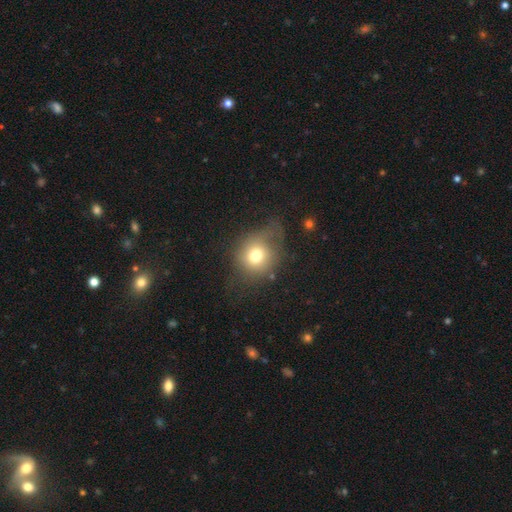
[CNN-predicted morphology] A smooth galaxy with no disk features (70%) that is round (82%). Merging: none (46%).